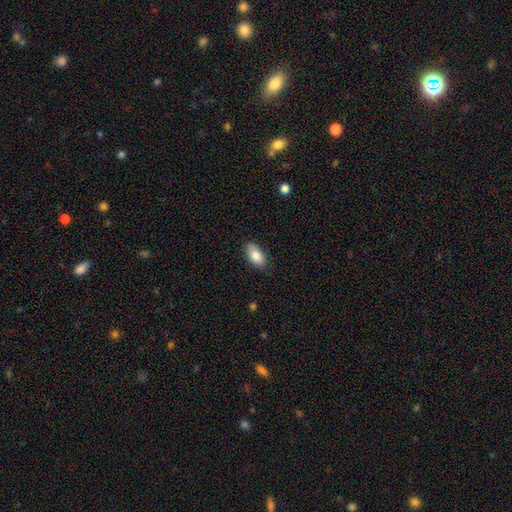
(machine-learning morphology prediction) A smooth galaxy with no disk features (84%) that is in between round and cigar-shaped (93%).

Vote fractions:
- Smooth or featured? smooth: 84% / featured or disk: 9% / star or artifact: 7%
- How rounded? in between: 93% / round: 4% / cigar-shaped: 3%
- Merging? none: 83% / minor disturbance: 13% / major disturbance: 2% / merger: 1%